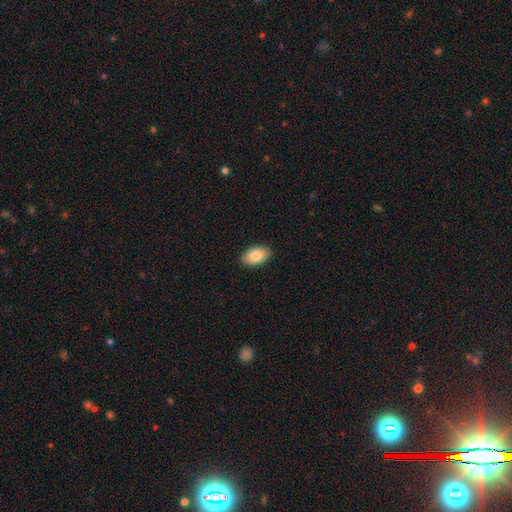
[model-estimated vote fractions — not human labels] This is clearly a smooth galaxy (86%). How rounded: clearly in between (94%). Merging: clearly none (90%).